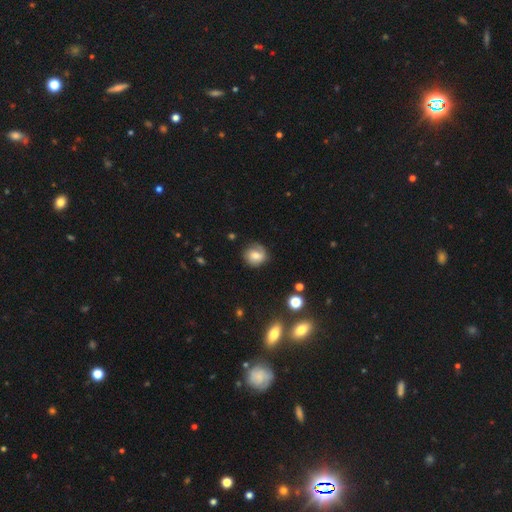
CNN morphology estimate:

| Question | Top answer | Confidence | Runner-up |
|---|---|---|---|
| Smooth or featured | smooth | 58% | featured or disk (32%) |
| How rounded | round | 81% | in between (18%) |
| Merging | none | 74% | minor disturbance (18%) |